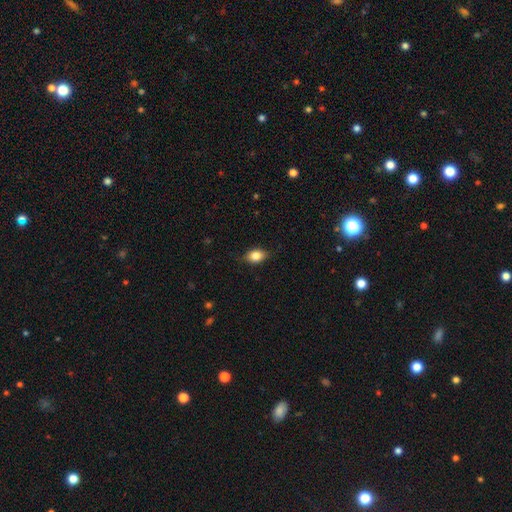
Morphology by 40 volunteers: Smooth or featured? smooth (78%)
How rounded? in between (94%)
Merging? none (84%)